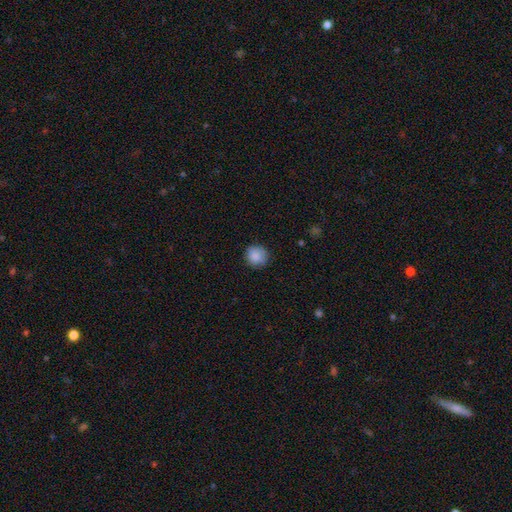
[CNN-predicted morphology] smooth_or_featured: smooth (p=0.87) [alt: star or artifact p=0.08]
how_rounded: round (p=0.89) [alt: in between p=0.10]
merging: none (p=0.82) [alt: minor disturbance p=0.14]